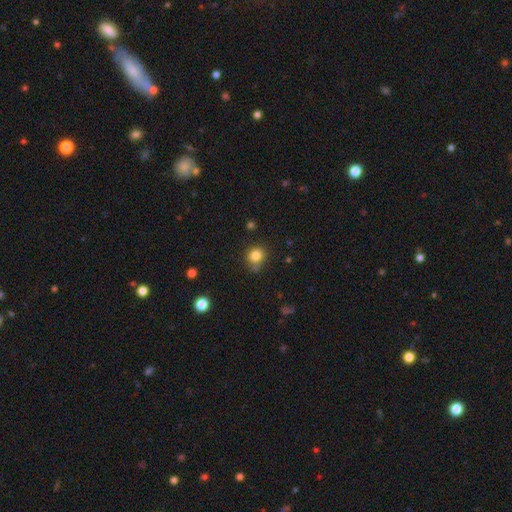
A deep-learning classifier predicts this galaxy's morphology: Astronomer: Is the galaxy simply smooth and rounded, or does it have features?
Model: smooth — 82%.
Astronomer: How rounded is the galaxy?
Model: round — 80%.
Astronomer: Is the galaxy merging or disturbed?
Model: none — 66%.